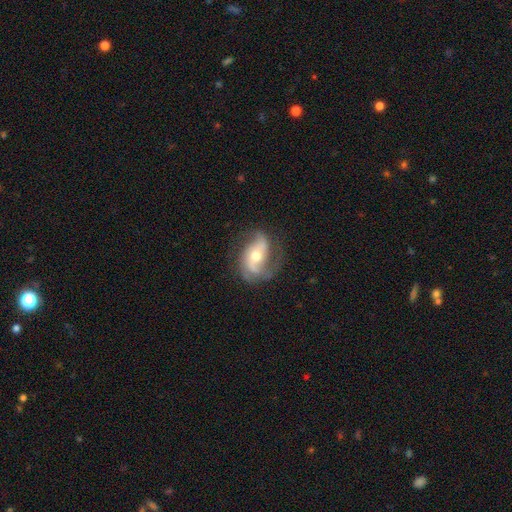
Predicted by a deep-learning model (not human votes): The model was most divided on "spiral winding": medium: 43%, loose: 36%, tight: 21%. Remaining: edge-on disk — no (96%); spiral arms — yes (92%); smooth or featured — featured or disk (80%); spiral arm count — 2 (73%); bulge size — moderate (65%); merging — none (64%); bar — no (46%).